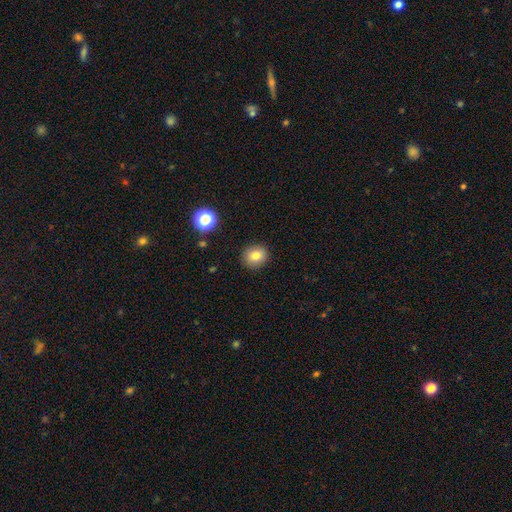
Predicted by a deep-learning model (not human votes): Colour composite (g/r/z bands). It shows a smooth galaxy with no disk features (80%) that is round (80%). Merging: none (90%).